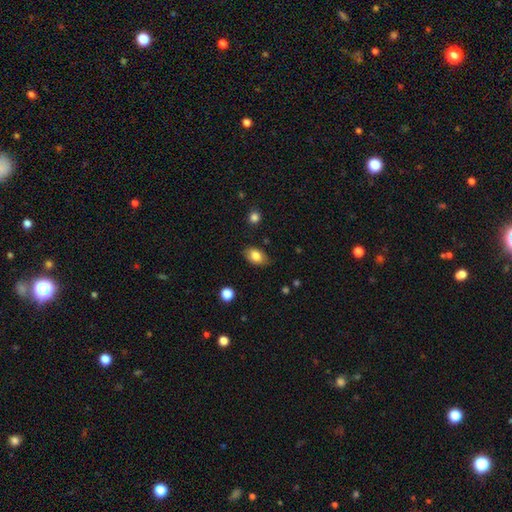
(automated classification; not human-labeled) A smooth galaxy with no disk features (82%) that is in between round and cigar-shaped (87%).

Vote fractions:
- Smooth or featured? smooth: 82% / featured or disk: 10% / star or artifact: 8%
- How rounded? in between: 87% / round: 11% / cigar-shaped: 2%
- Merging? none: 80% / minor disturbance: 16% / major disturbance: 3% / merger: 2%